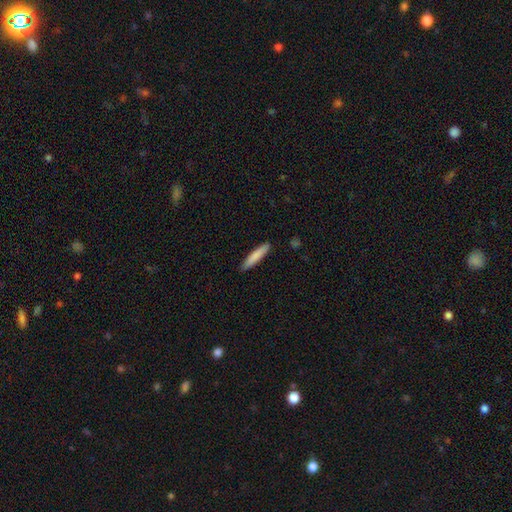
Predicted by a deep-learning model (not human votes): The model was most divided on "smooth or featured": smooth: 82%, featured or disk: 13%, star or artifact: 5%. More confident: how rounded — cigar-shaped (90%); merging — none (90%).